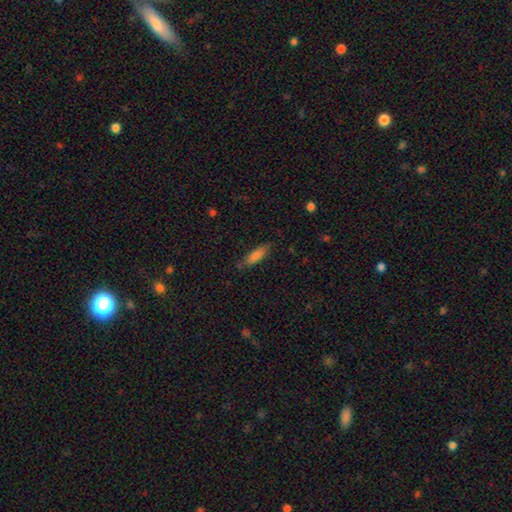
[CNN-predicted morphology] Smooth or featured?
  - smooth: 77% *
  - featured or disk: 16%
  - star or artifact: 7%
How rounded?
  - cigar-shaped: 54% *
  - in between: 44%
  - round: 2%
Merging?
  - none: 78% *
  - minor disturbance: 17%
  - major disturbance: 3%
  - merger: 2%